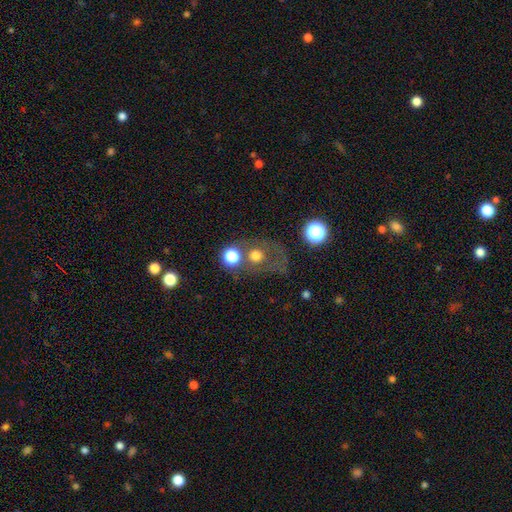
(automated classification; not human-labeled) Smooth or featured: smooth — 64% (star or artifact — 19%)
How rounded: round — 81% (in between — 18%)
Merging: none — 47% (merger — 30%)